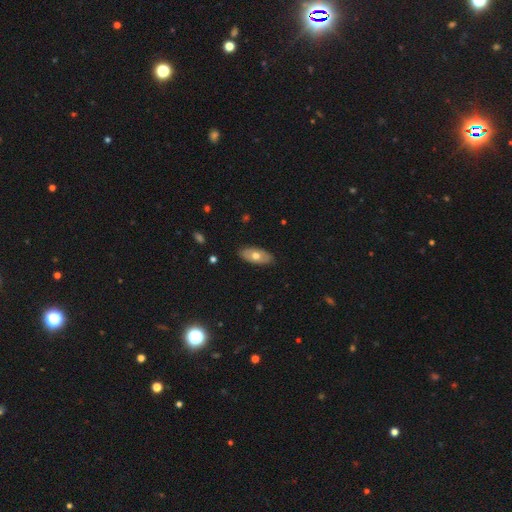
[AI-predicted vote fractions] Smooth or featured? Predicted: smooth (p=0.59). How rounded? Predicted: in between (p=0.91). Merging? Predicted: none (p=0.86).